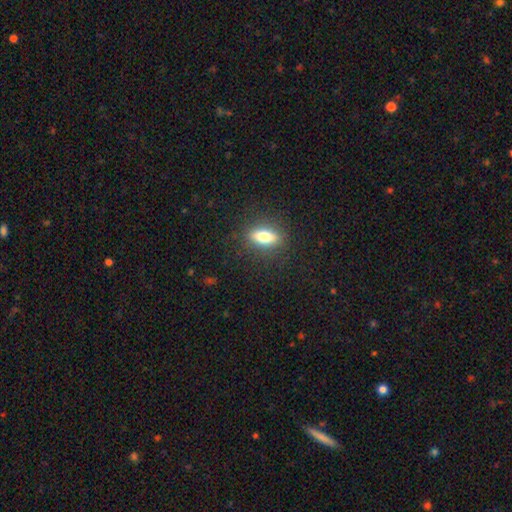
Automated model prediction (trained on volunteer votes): A smooth galaxy with no disk features (64%) that is in between round and cigar-shaped (63%).

Vote fractions:
- Smooth or featured? smooth: 64% / star or artifact: 22% / featured or disk: 14%
- How rounded? in between: 63% / round: 29% / cigar-shaped: 8%
- Merging? none: 89% / minor disturbance: 7% / major disturbance: 2% / merger: 2%